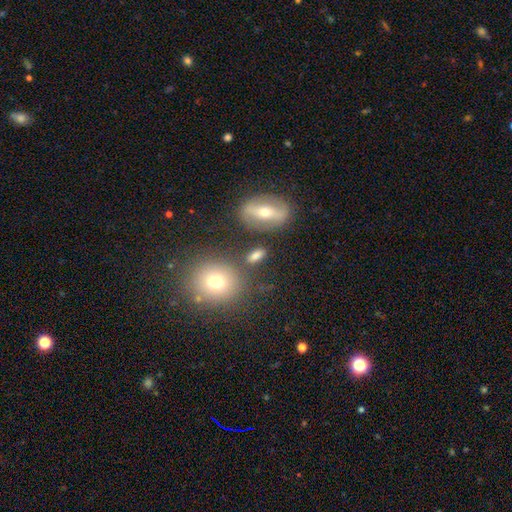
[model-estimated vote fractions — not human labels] This appears to be a smooth galaxy with no disk features (72%) that is in between round and cigar-shaped (72%). Merging: none (72%).